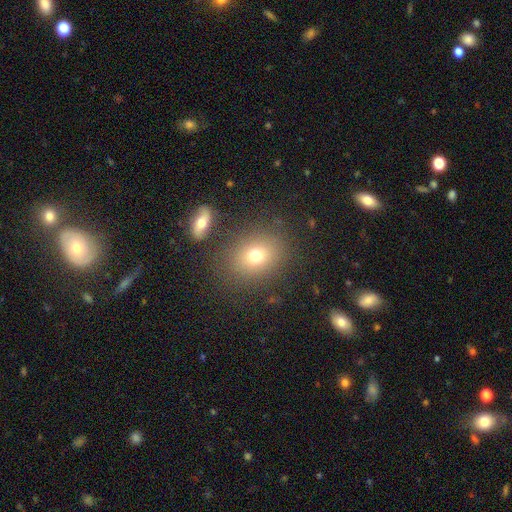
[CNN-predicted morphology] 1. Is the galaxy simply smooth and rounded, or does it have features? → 74% smooth, 14% star or artifact, 12% featured or disk.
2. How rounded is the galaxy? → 51% round, 48% in between, 1% cigar-shaped.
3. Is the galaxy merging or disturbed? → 79% none, 10% minor disturbance, 6% merger, 4% major disturbance.